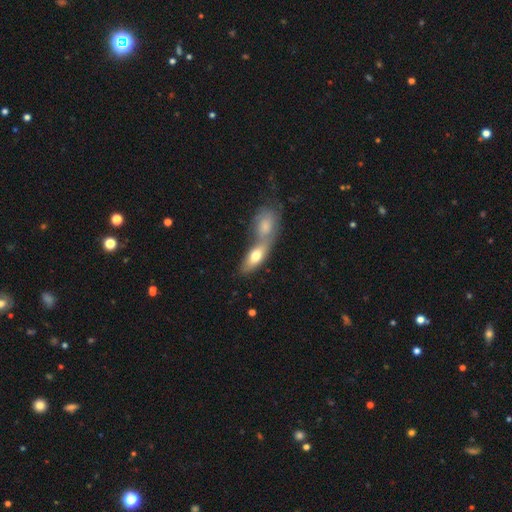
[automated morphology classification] Overall: smooth (66%; featured or disk 28%). How rounded: in between (75%). Merging: merger (60%; none 28%).